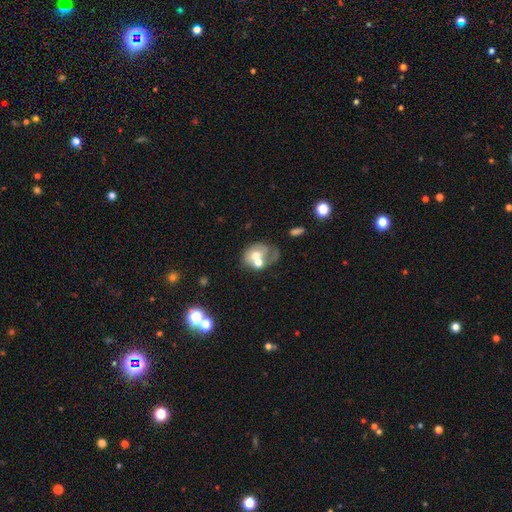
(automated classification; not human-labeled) smooth-or-featured: smooth: 46% | featured or disk: 45% | star or artifact: 9%
  merging: merger: 54% | none: 21% | major disturbance: 13% | minor disturbance: 12%